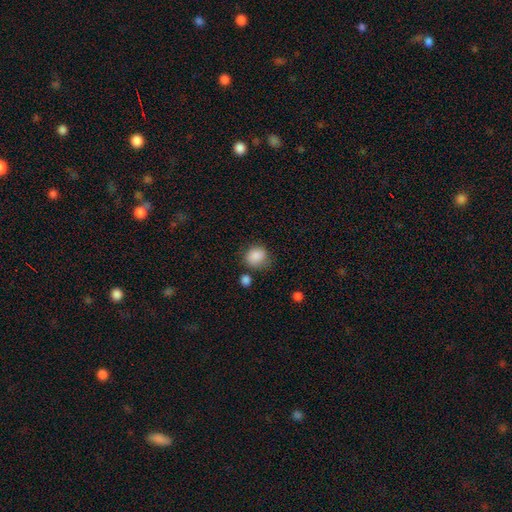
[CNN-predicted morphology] Overall: smooth (87%). How rounded: round (74%). Merging: none (69%).